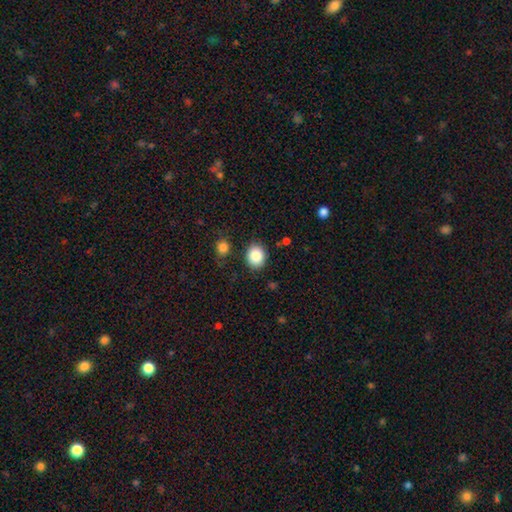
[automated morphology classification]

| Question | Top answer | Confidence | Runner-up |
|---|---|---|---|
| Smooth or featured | smooth | 86% | star or artifact (8%) |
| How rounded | round | 58% | in between (41%) |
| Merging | none | 84% | minor disturbance (10%) |